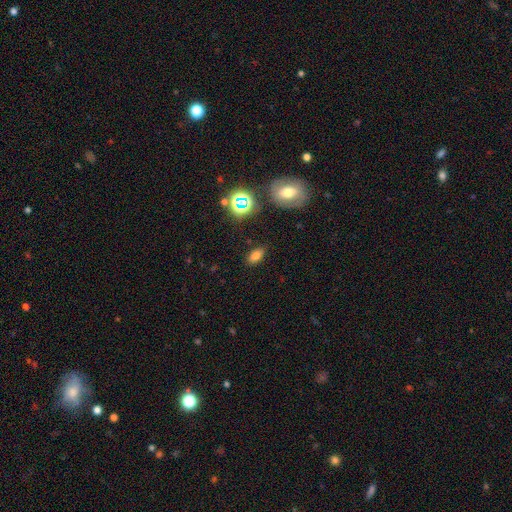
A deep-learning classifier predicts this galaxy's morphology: Overall: smooth (72%). How rounded: in between (86%). Merging: none (85%).